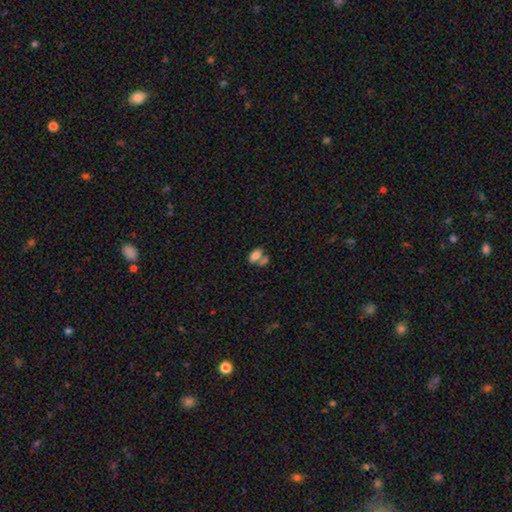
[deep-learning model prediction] This is likely a smooth galaxy (79%). How rounded: clearly in between (89%). Merging: marginally merger (45%).